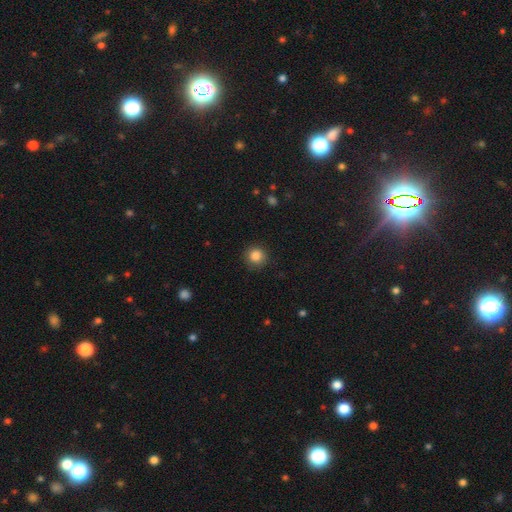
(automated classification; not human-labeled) Morphology: type=smooth (86%); roundness=round (93%); merging=none (86%).